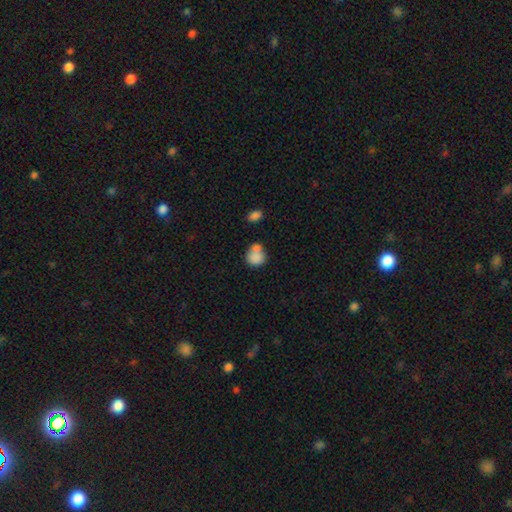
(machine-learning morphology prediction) Smooth or featured: smooth — 81% (featured or disk — 10%)
How rounded: round — 73% (in between — 26%)
Merging: merger — 43% (none — 38%)